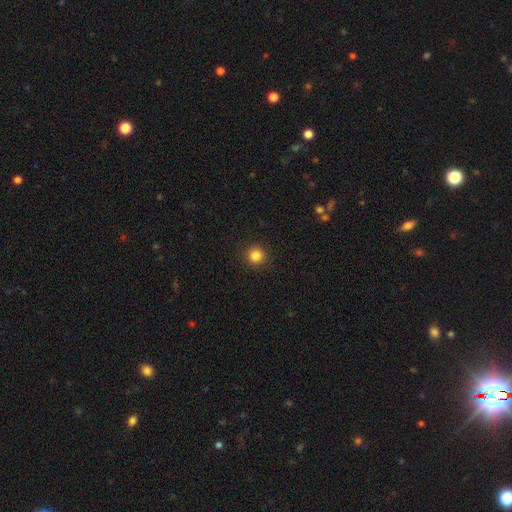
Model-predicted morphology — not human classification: smooth_or_featured: smooth (p=0.84) [alt: star or artifact p=0.12]
how_rounded: round (p=0.95) [alt: in between p=0.04]
merging: none (p=0.92) [alt: minor disturbance p=0.05]